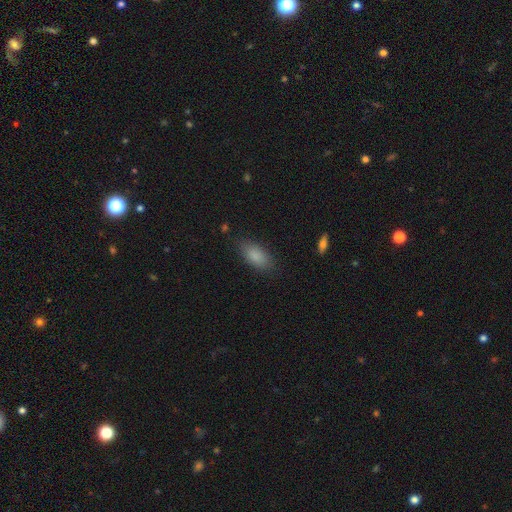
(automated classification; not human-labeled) Smooth or featured?
  - smooth: 86% *
  - star or artifact: 7%
  - featured or disk: 6%
How rounded?
  - in between: 87% *
  - cigar-shaped: 11%
  - round: 3%
Merging?
  - none: 83% *
  - minor disturbance: 12%
  - major disturbance: 3%
  - merger: 1%